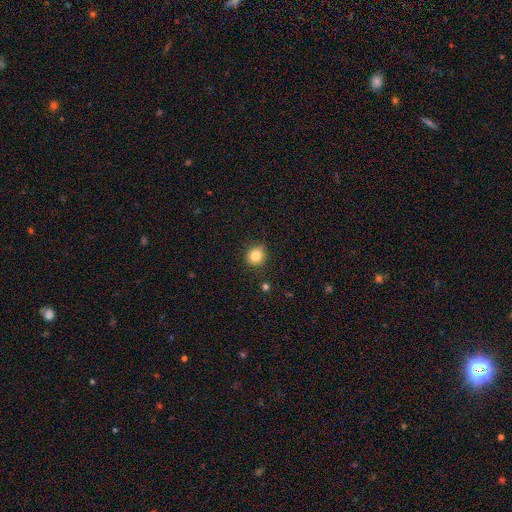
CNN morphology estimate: Q: Smooth or featured?
A: smooth (83%); runner-up: star or artifact (11%)
Q: How rounded?
A: round (88%); runner-up: in between (11%)
Q: Merging?
A: none (85%); runner-up: minor disturbance (11%)